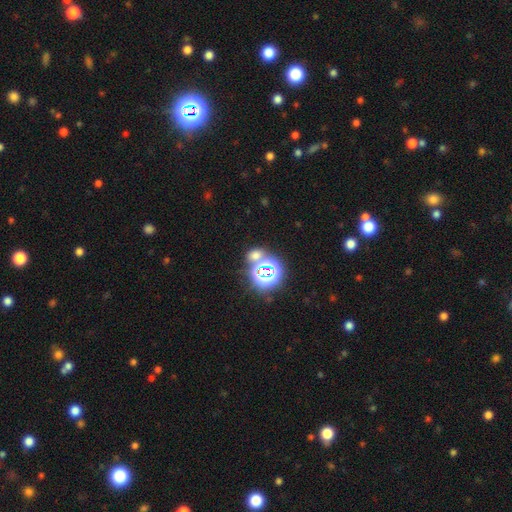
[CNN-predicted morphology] This appears to be a star or artifact, not a galaxy (47%).